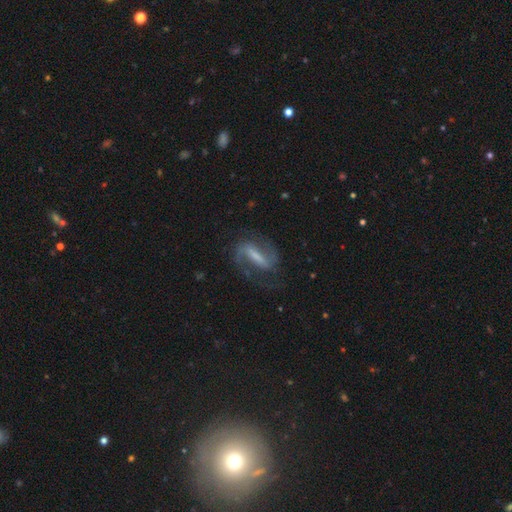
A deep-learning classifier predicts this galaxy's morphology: Smooth or featured? Predicted: featured or disk (p=0.83). Edge-on disk? Predicted: no (p=0.94). Bar? Predicted: strong (p=0.62). Spiral arms? Predicted: yes (p=0.95). Spiral winding? Predicted: medium (p=0.55). Spiral arm count? Predicted: 2 (p=0.90). Bulge size? Predicted: small (p=0.36). Merging? Predicted: none (p=0.74).